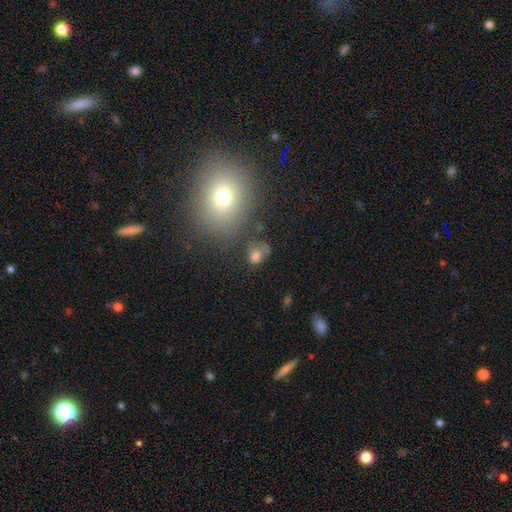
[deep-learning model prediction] The model was most divided on "how rounded": in between: 52%, round: 46%, cigar-shaped: 2%. Remaining: smooth or featured — smooth (71%); merging — none (44%).